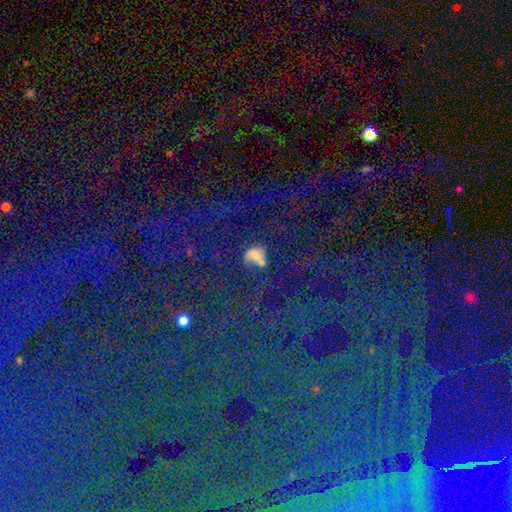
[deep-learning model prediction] Smooth or featured?
  - smooth: 42% *
  - star or artifact: 37%
  - featured or disk: 21%
Merging?
  - none: 39% *
  - minor disturbance: 21%
  - merger: 20%
  - major disturbance: 20%